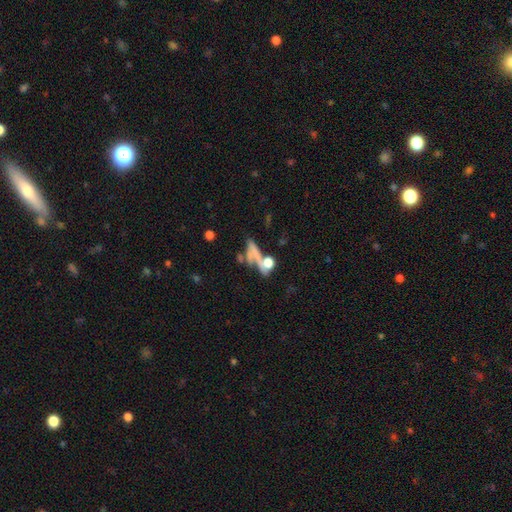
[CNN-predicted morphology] Smooth or featured? smooth (53%)
How rounded? cigar-shaped (41%)
Merging? merger (37%, tied with none)